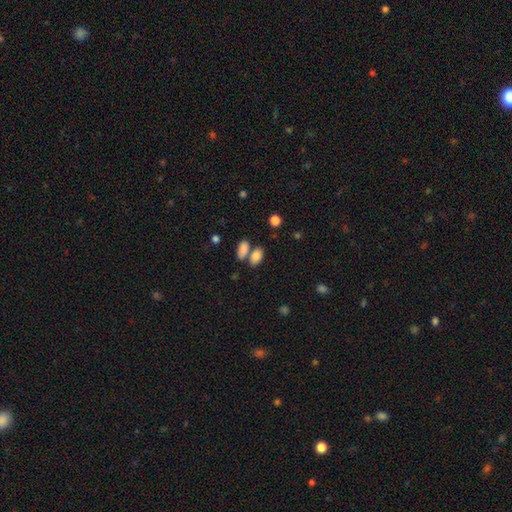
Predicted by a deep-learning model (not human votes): smooth 85%, star or artifact 8%, featured or disk 7%. Down the decision tree: how rounded — in between (89%); merging — none (53%).